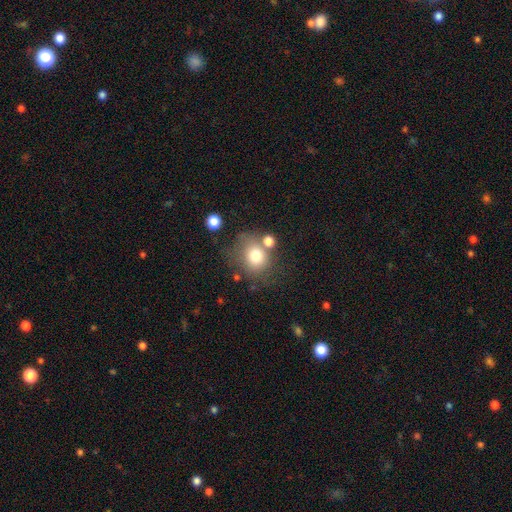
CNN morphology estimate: The model was most divided on "merging": none: 58%, merger: 17%, minor disturbance: 16%, major disturbance: 9%. More confident: how rounded — round (76%); smooth or featured — smooth (75%).